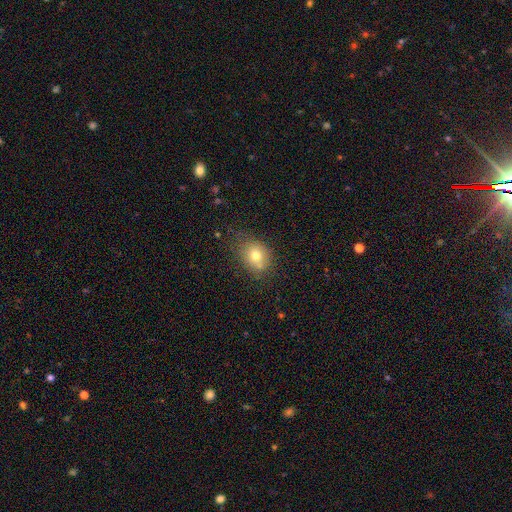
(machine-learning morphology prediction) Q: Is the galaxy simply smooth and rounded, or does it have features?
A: smooth — 74%.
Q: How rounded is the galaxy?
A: round — 54%.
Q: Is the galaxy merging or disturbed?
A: none — 62%.